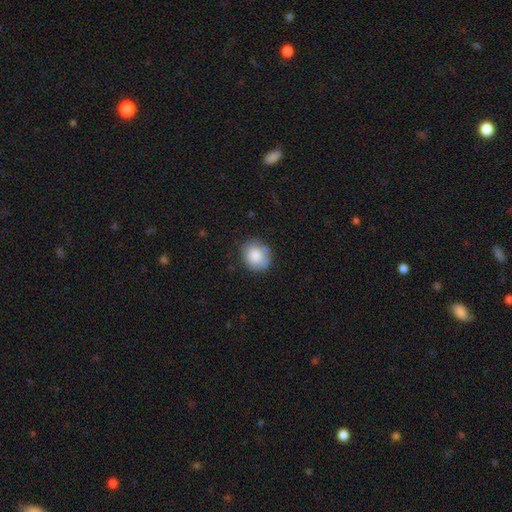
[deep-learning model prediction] Smooth or featured? Predicted: smooth (p=0.84). How rounded? Predicted: round (p=0.71). Merging? Predicted: none (p=0.73).